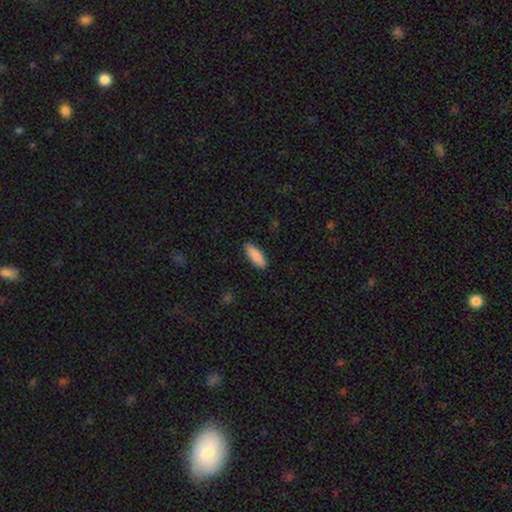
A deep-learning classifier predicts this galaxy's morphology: The model was most divided on "how rounded": in between: 61%, cigar-shaped: 38%, round: 2%. More confident: merging — none (90%); smooth or featured — smooth (90%).